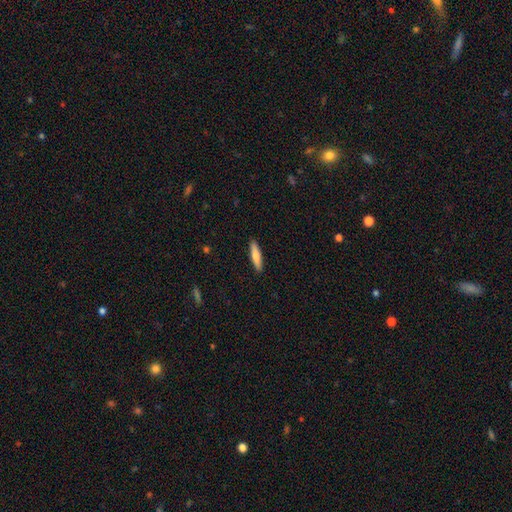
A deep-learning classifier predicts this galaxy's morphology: A smooth galaxy with no disk features (70%) that is cigar-shaped (83%). Merging: none (91%).